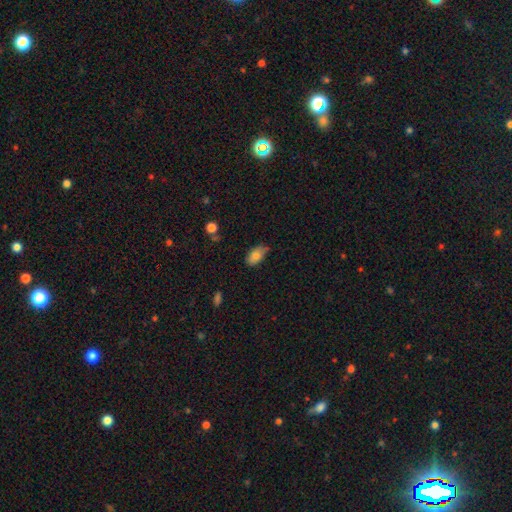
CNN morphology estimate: Smooth or featured? Predicted: smooth (p=0.79). How rounded? Predicted: in between (p=0.92). Merging? Predicted: none (p=0.57).